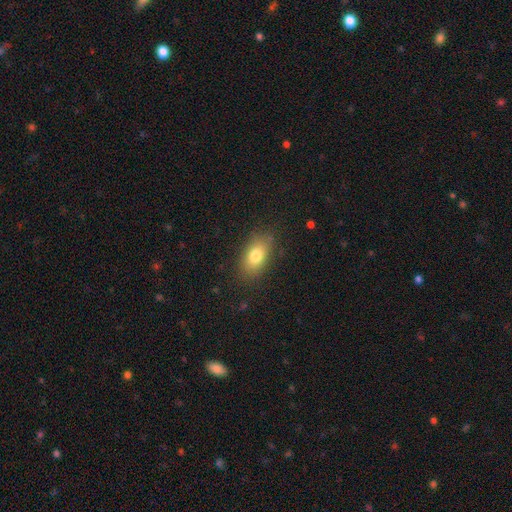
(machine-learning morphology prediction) Smooth or featured? smooth (79%)
How rounded? in between (87%)
Merging? none (82%)